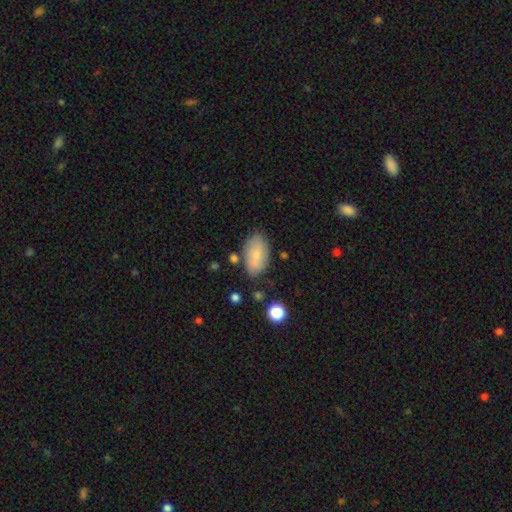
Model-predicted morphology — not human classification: Overall: smooth (78%). How rounded: in between (94%). Merging: none (73%).